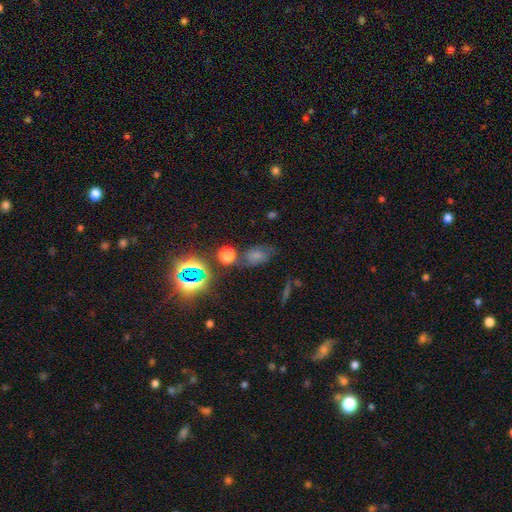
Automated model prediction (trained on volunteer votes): Smooth or featured: smooth — 48% (star or artifact — 29%)
Merging: none — 58% (minor disturbance — 23%)